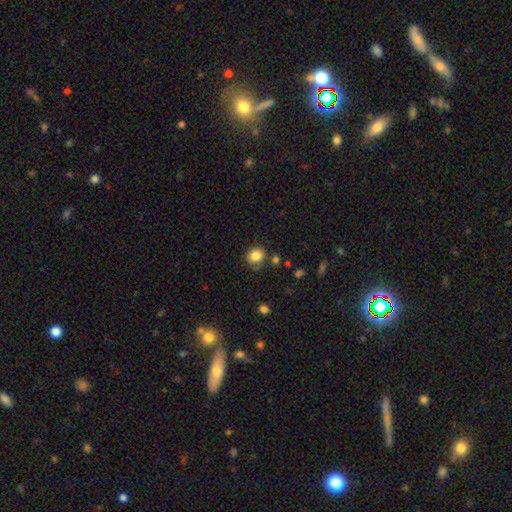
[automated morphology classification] smooth_or_featured: smooth (p=0.84) [alt: star or artifact p=0.10]
how_rounded: round (p=0.76) [alt: in between p=0.23]
merging: none (p=0.76) [alt: minor disturbance p=0.16]